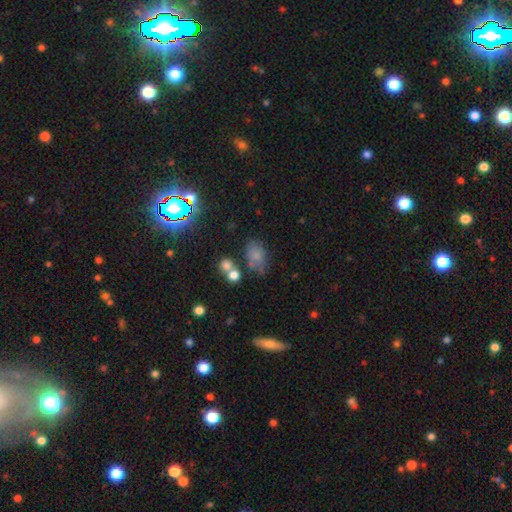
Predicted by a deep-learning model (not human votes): Smooth or featured?
  - smooth: 72% *
  - star or artifact: 14%
  - featured or disk: 13%
How rounded?
  - in between: 83% *
  - round: 16%
  - cigar-shaped: 2%
Merging?
  - none: 50% *
  - minor disturbance: 24%
  - merger: 16%
  - major disturbance: 11%